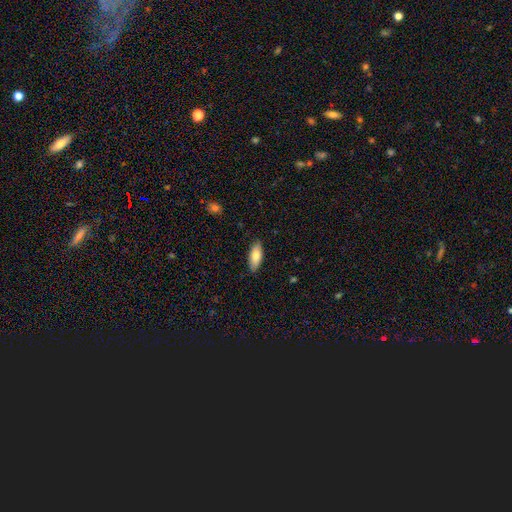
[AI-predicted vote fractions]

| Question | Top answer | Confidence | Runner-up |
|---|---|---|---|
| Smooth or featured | smooth | 78% | featured or disk (15%) |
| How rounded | in between | 79% | cigar-shaped (19%) |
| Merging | none | 88% | minor disturbance (9%) |